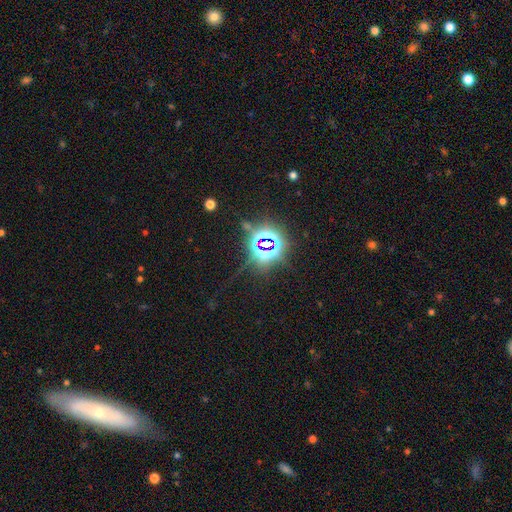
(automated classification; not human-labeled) Overall: star or artifact (75%).